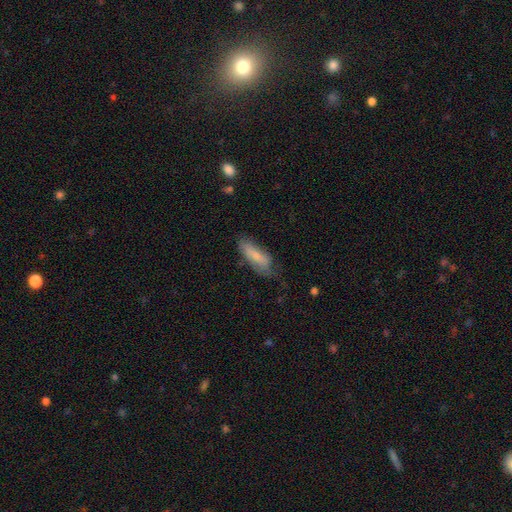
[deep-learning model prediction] Overall: smooth (73%). How rounded: in between (58%; cigar-shaped 40%). Merging: none (60%; minor disturbance 29%).